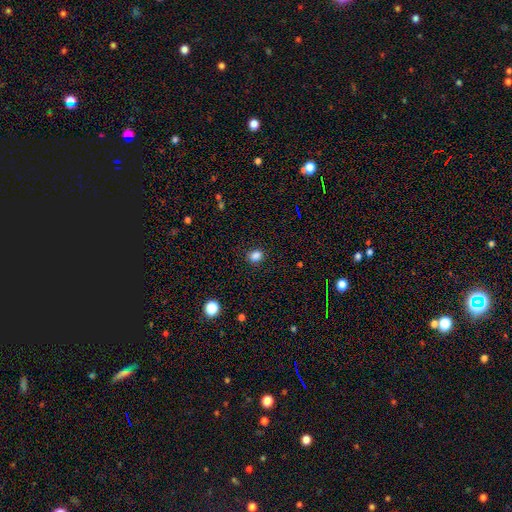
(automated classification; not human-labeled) smooth_or_featured: smooth (p=0.84) [alt: star or artifact p=0.12]
how_rounded: round (p=0.53) [alt: in between p=0.46]
merging: none (p=0.86) [alt: minor disturbance p=0.10]